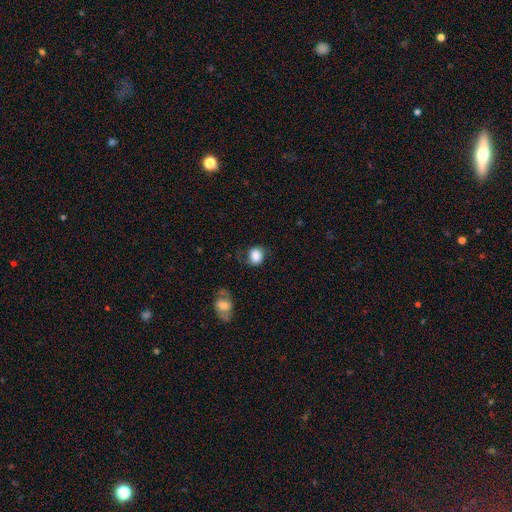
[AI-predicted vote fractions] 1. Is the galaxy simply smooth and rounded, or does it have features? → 84% smooth, 8% featured or disk, 8% star or artifact.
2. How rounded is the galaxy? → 59% round, 40% in between, 1% cigar-shaped.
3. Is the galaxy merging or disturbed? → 60% none, 25% minor disturbance, 12% major disturbance, 3% merger.